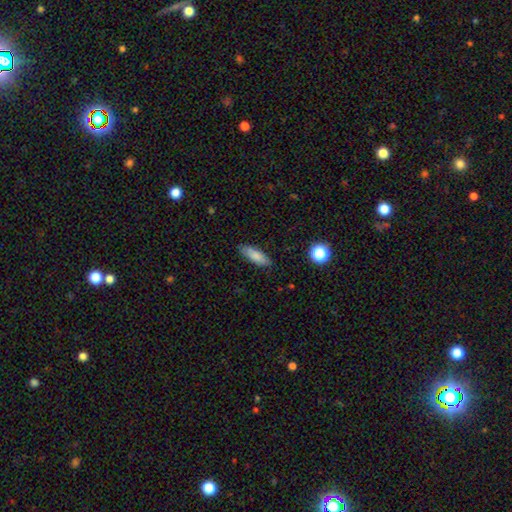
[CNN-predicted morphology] This is clearly a smooth galaxy (83%). How rounded: possibly in between (58%). Merging: clearly none (85%).